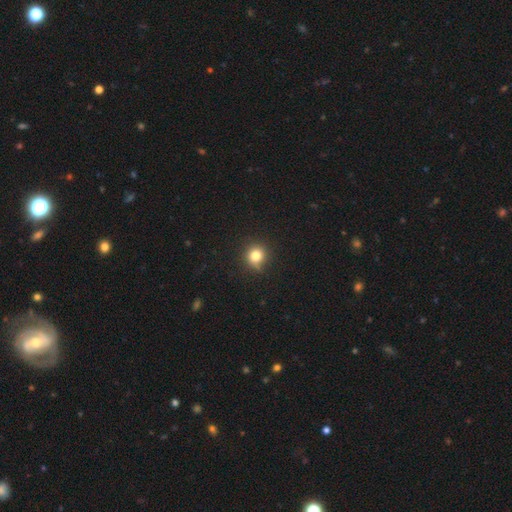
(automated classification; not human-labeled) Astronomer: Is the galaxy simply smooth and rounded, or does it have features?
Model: smooth — 80%.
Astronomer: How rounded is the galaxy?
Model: round — 90%.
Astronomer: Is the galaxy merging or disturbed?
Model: none — 80%.